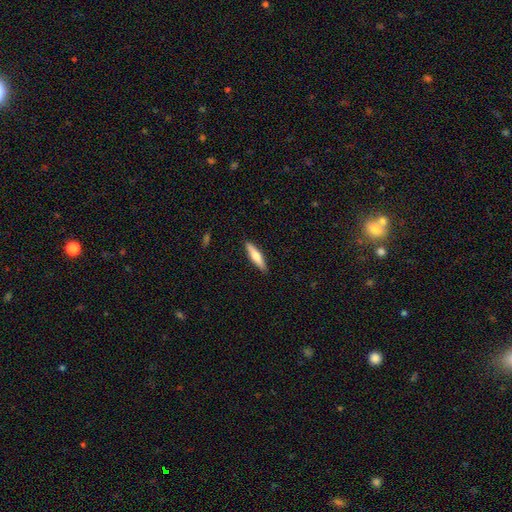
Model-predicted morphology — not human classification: type=smooth (60%); roundness=cigar-shaped (79%); merging=none (90%).